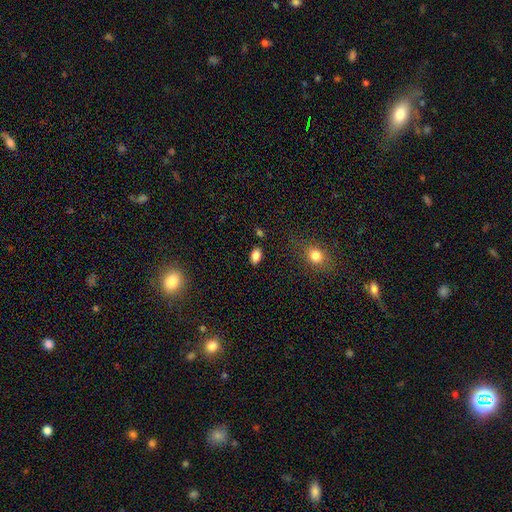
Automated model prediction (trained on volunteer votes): Q: Smooth or featured?
A: smooth (84%); runner-up: star or artifact (10%)
Q: How rounded?
A: in between (88%); runner-up: round (10%)
Q: Merging?
A: none (83%); runner-up: minor disturbance (11%)